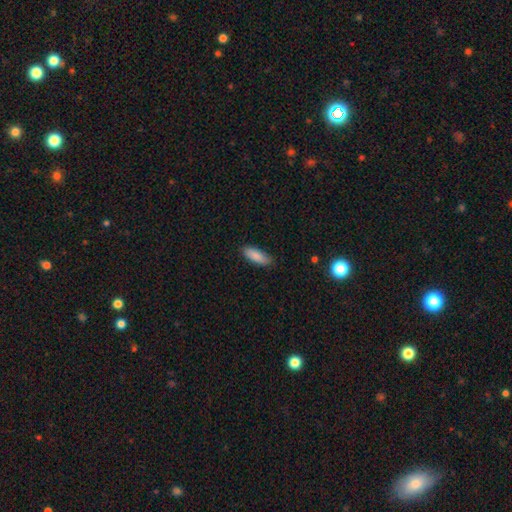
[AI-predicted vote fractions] Smooth or featured: smooth — 88% (star or artifact — 6%)
How rounded: in between — 62% (cigar-shaped — 36%)
Merging: none — 85% (minor disturbance — 12%)